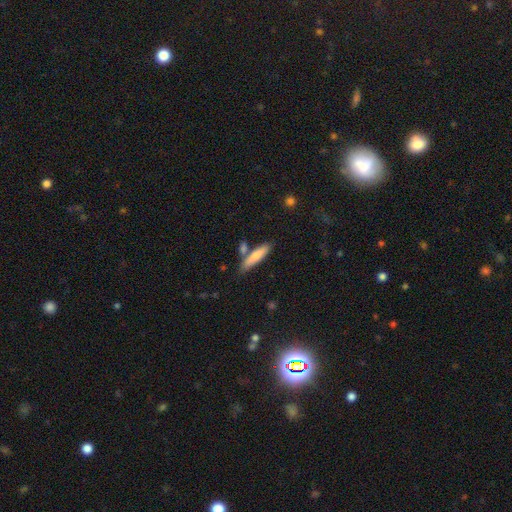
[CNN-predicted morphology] This is likely a smooth galaxy (77%). How rounded: clearly cigar-shaped (80%). Merging: likely none (70%).